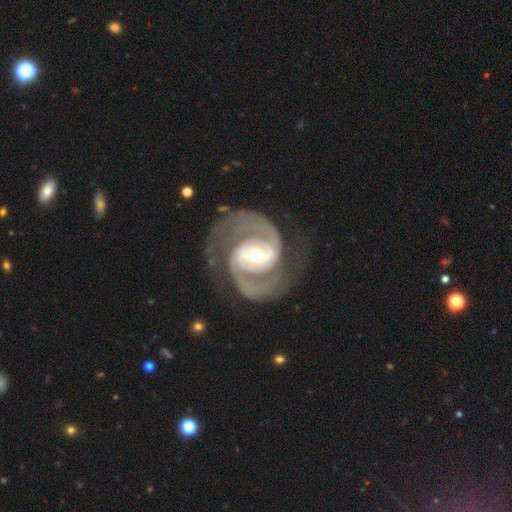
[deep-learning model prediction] Overall: featured or disk (93%). Edge-on disk: no (98%). Bar: strong (49%; weak 36%). Spiral arms: yes (98%). Spiral arm count: 2 (94%). Spiral winding: medium (56%; tight 31%). Bulge size: moderate (51%; small 41%). Merging: none (75%).